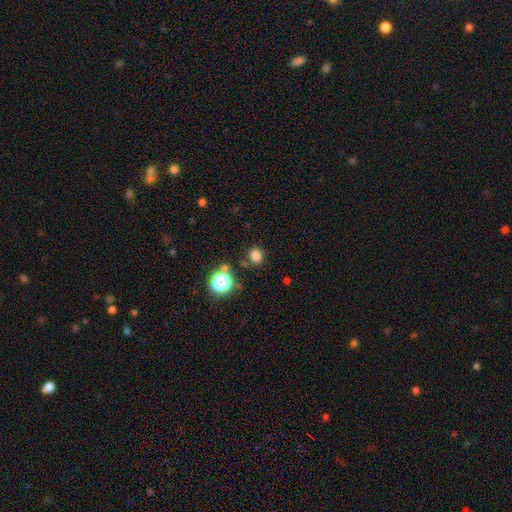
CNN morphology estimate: smooth_or_featured: smooth (p=0.77) [alt: star or artifact p=0.18]
how_rounded: round (p=0.73) [alt: in between p=0.26]
merging: none (p=0.82) [alt: minor disturbance p=0.10]